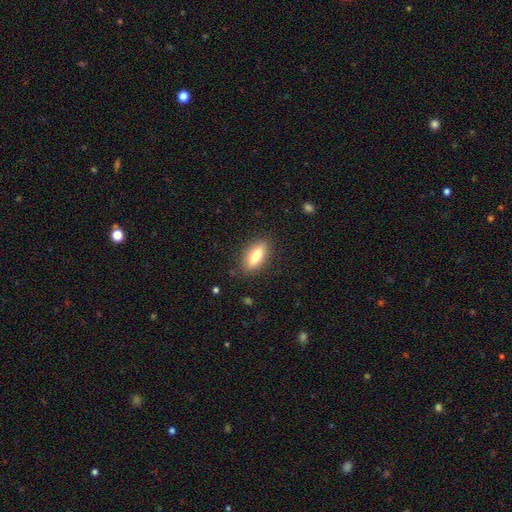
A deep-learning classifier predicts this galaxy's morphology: Overall: smooth (75%). How rounded: in between (70%). Merging: none (85%).